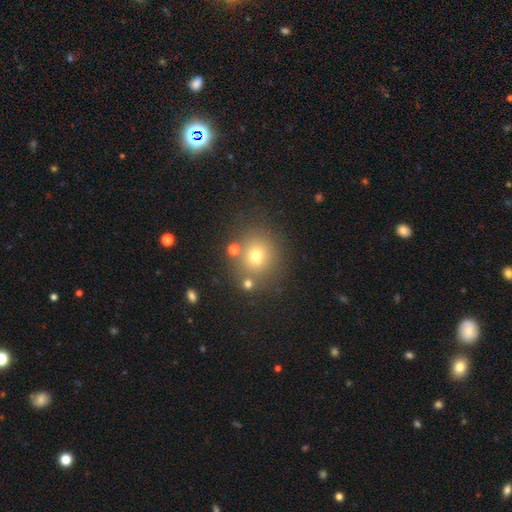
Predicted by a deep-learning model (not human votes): This appears to be a smooth galaxy with no disk features (69%) that is round (85%). Merging: none (75%).